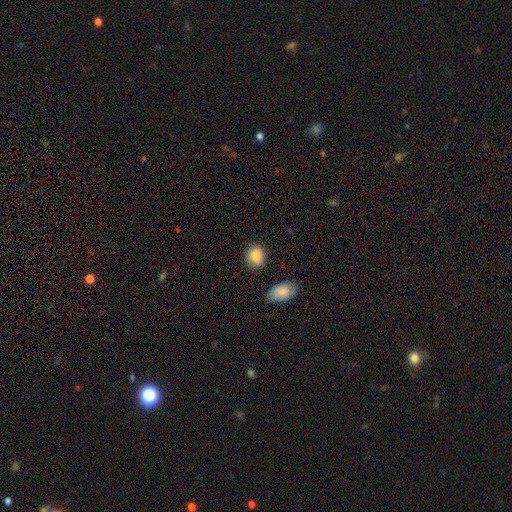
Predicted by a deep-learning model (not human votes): A smooth galaxy with no disk features (87%) that is round (59%).

Vote fractions:
- Smooth or featured? smooth: 87% / star or artifact: 7% / featured or disk: 6%
- How rounded? round: 59% / in between: 40% / cigar-shaped: 1%
- Merging? none: 77% / minor disturbance: 16% / major disturbance: 4% / merger: 3%